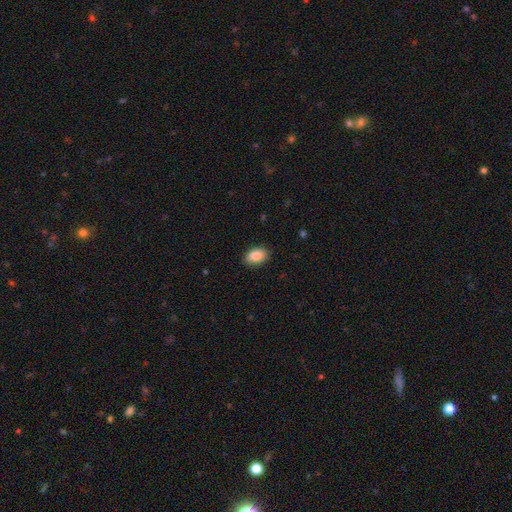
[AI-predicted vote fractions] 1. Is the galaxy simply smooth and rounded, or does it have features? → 88% smooth, 7% star or artifact, 5% featured or disk.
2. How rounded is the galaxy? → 86% in between, 12% round, 1% cigar-shaped.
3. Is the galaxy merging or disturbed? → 87% none, 10% minor disturbance, 2% major disturbance, 1% merger.